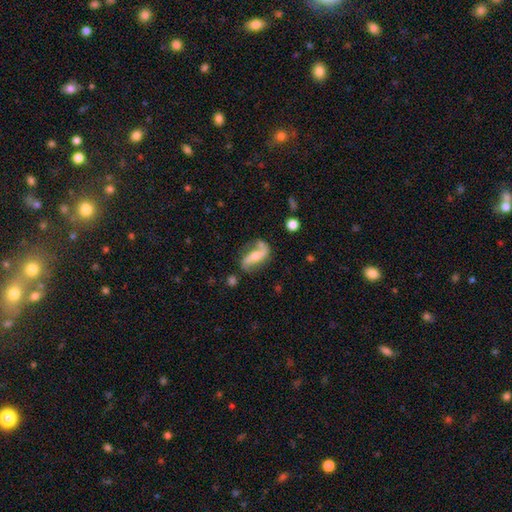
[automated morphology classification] This is likely a featured or disk galaxy (76%). It is clearly not viewed edge-on (89%). Bar: marginally no (38%). Spiral arm pattern: clearly yes (90%). Spiral arm count: clearly 2 (90%). Spiral winding: likely loose (72%). Central bulge: possibly moderate (54%). Merging: likely none (66%).